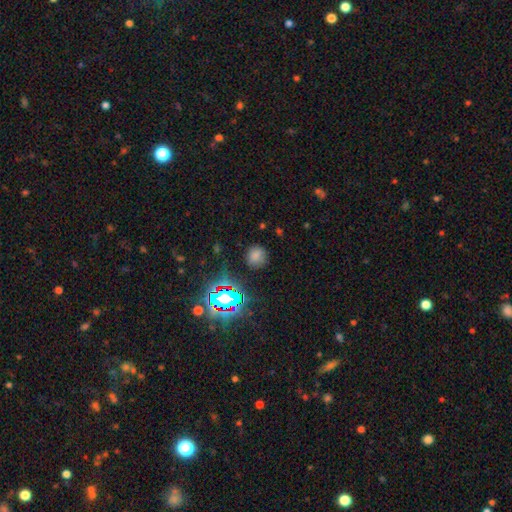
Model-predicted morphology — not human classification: Overall: smooth (70%). How rounded: round (84%). Merging: none (83%).